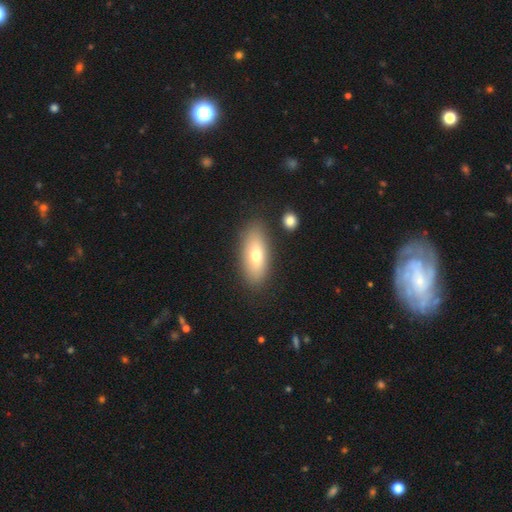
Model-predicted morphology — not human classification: Overall: smooth (68%). How rounded: in between (82%). Merging: none (85%).